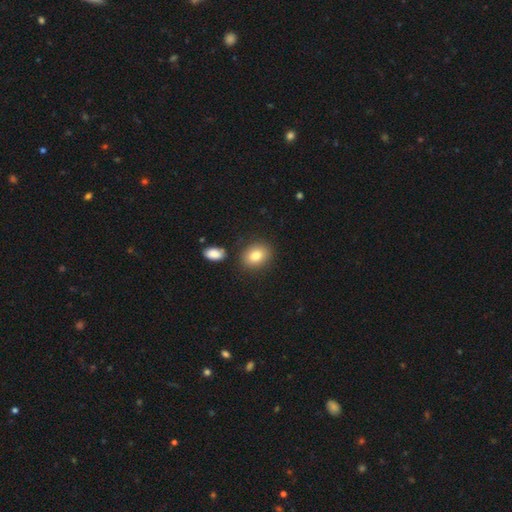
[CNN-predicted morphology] smooth-or-featured: smooth: 82% | featured or disk: 9% | star or artifact: 8%
  how-rounded: in between: 61% | round: 38% | cigar-shaped: 1%
  merging: none: 83% | minor disturbance: 9% | merger: 5% | major disturbance: 3%